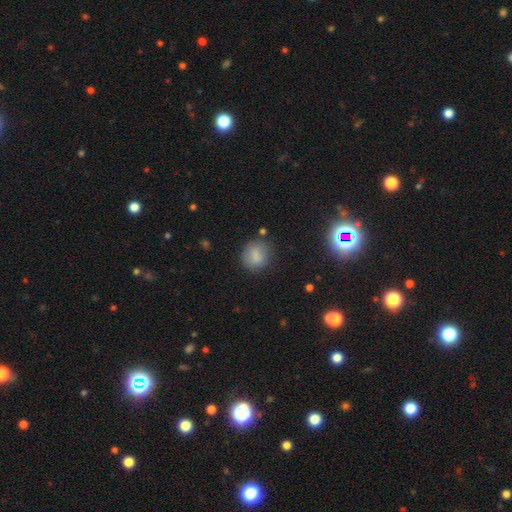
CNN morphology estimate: Smooth or featured? Predicted: smooth (p=0.81). How rounded? Predicted: round (p=0.73). Merging? Predicted: none (p=0.76).